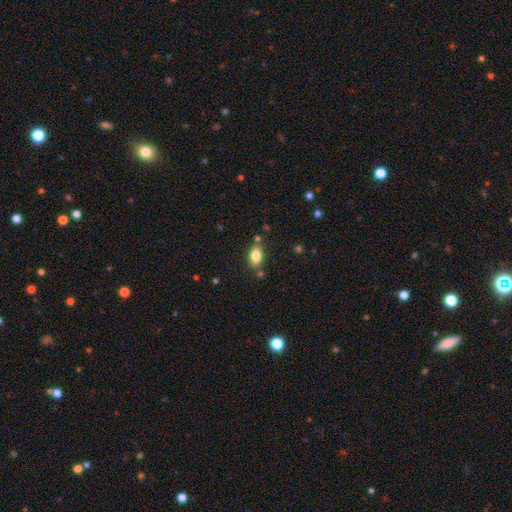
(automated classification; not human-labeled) A smooth galaxy with no disk features (83%) that is in between round and cigar-shaped (88%).

Vote fractions:
- Smooth or featured? smooth: 83% / star or artifact: 9% / featured or disk: 8%
- How rounded? in between: 88% / round: 9% / cigar-shaped: 3%
- Merging? none: 75% / minor disturbance: 14% / merger: 7% / major disturbance: 3%